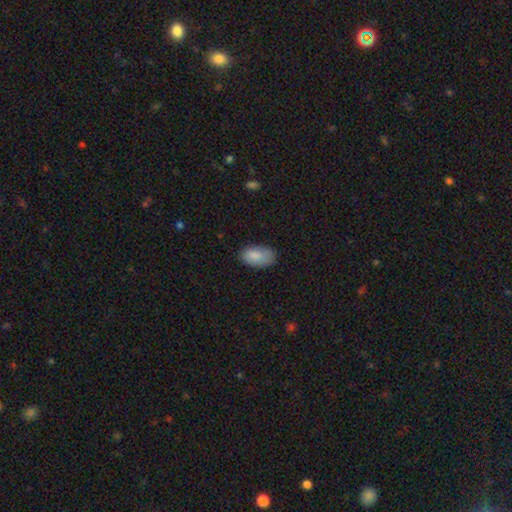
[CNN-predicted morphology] Smooth or featured: smooth — 87% (star or artifact — 7%)
How rounded: in between — 94% (round — 4%)
Merging: none — 76% (minor disturbance — 19%)